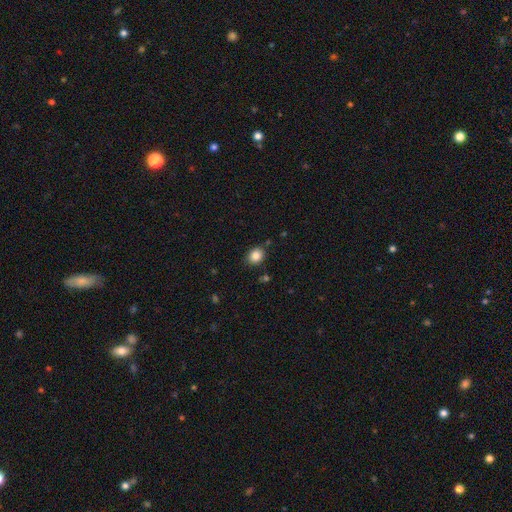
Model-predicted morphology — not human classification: A smooth galaxy with no disk features (85%) that is round (57%). Merging: none (83%).